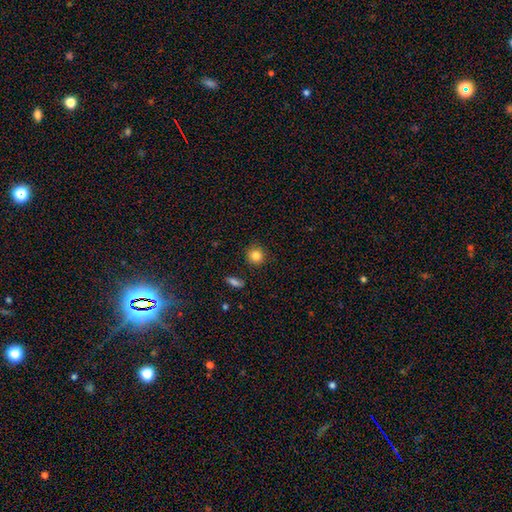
Smooth or featured? smooth (75%)
How rounded? round (90%)
Merging? none (97%)